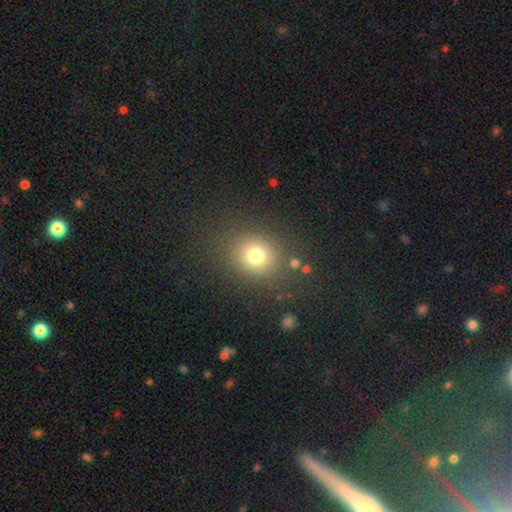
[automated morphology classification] A smooth galaxy with no disk features (74%) that is round (76%).

Vote fractions:
- Smooth or featured? smooth: 74% / star or artifact: 17% / featured or disk: 8%
- How rounded? round: 76% / in between: 23% / cigar-shaped: 1%
- Merging? none: 82% / minor disturbance: 9% / major disturbance: 5% / merger: 3%